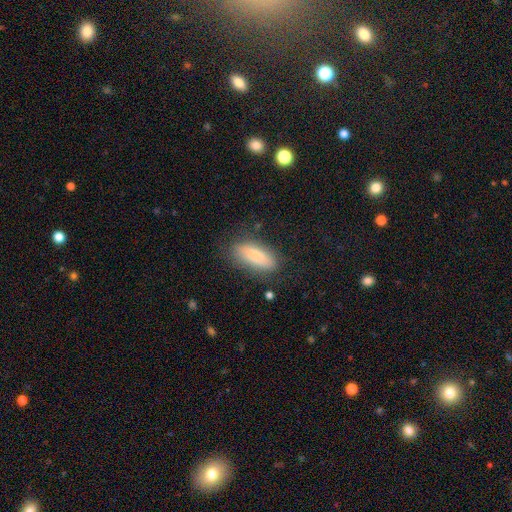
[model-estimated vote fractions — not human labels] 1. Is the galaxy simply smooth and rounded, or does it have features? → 82% smooth, 12% featured or disk, 7% star or artifact.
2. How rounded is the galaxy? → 70% in between, 28% cigar-shaped, 2% round.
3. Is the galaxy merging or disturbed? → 76% none, 17% minor disturbance, 5% major disturbance, 2% merger.